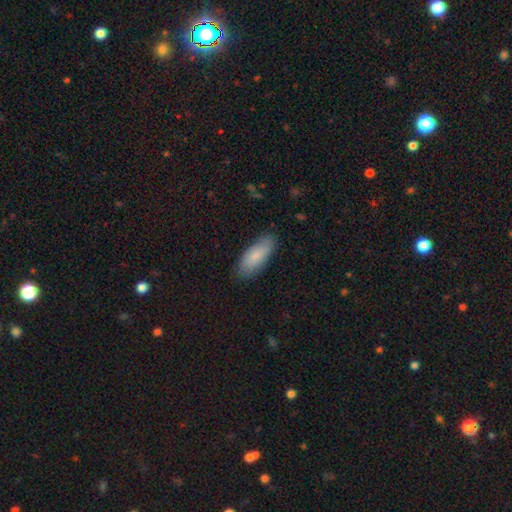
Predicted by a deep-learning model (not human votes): Smooth or featured? Predicted: smooth (p=0.79). How rounded? Predicted: in between (p=0.81). Merging? Predicted: none (p=0.83).